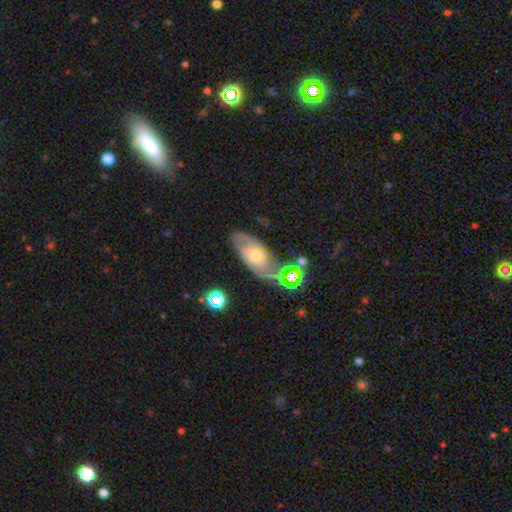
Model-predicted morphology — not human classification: The model was most divided on "spiral winding": medium: 44%, tight: 34%, loose: 22%. Remaining: edge-on disk — no (91%); spiral arms — yes (88%); smooth or featured — featured or disk (73%); spiral arm count — 2 (66%); bulge size — moderate (58%); bar — no (56%); merging — none (49%).